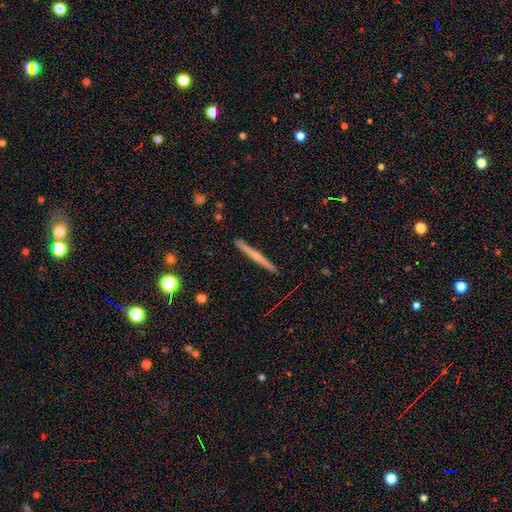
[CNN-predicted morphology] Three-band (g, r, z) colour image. It shows a featured or disk galaxy (55%) viewed edge-on (98%) with no central bulge (55%). Merging: none (91%).